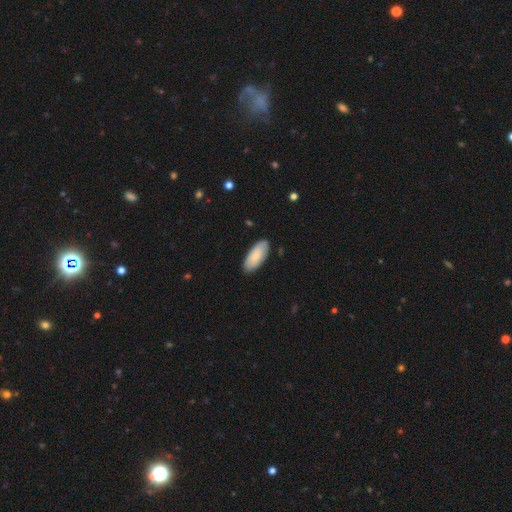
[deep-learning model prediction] A smooth galaxy with no disk features (78%) that is in between round and cigar-shaped (89%).

Vote fractions:
- Smooth or featured? smooth: 78% / featured or disk: 16% / star or artifact: 5%
- How rounded? in between: 89% / cigar-shaped: 9% / round: 2%
- Merging? none: 85% / minor disturbance: 12% / major disturbance: 2% / merger: 1%